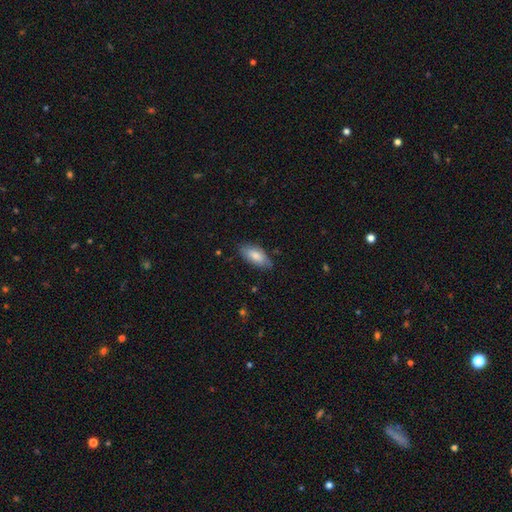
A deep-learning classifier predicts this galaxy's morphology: Smooth or featured? smooth (81%)
How rounded? in between (89%)
Merging? none (76%)